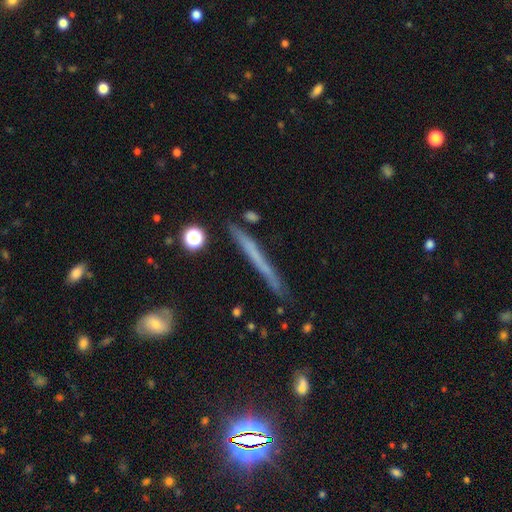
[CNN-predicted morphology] type=featured or disk (50%); merging=none (82%).